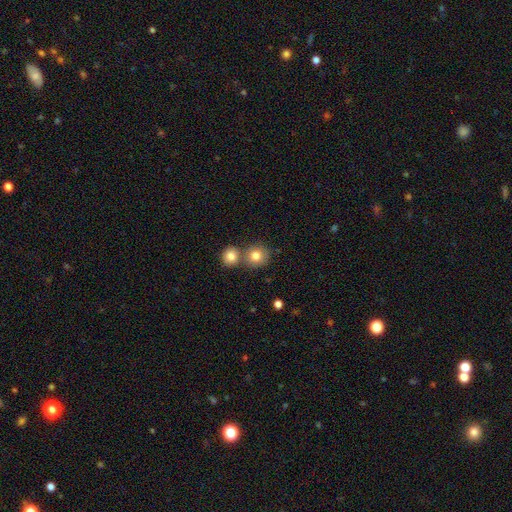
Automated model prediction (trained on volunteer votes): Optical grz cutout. It shows a smooth galaxy with no disk features (81%) that is round (85%). Merging: none (56%).